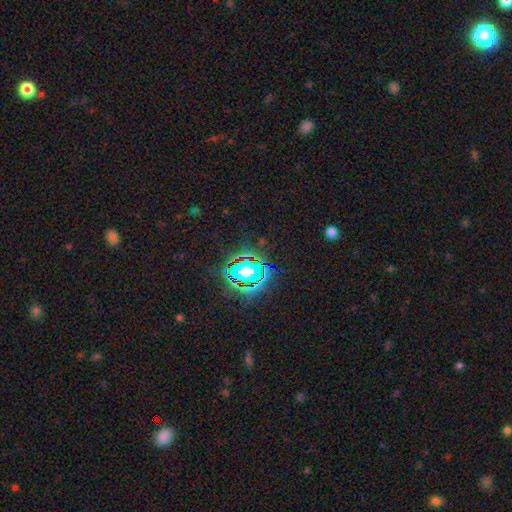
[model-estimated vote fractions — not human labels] Smooth or featured: star or artifact — 82% (smooth — 11%)